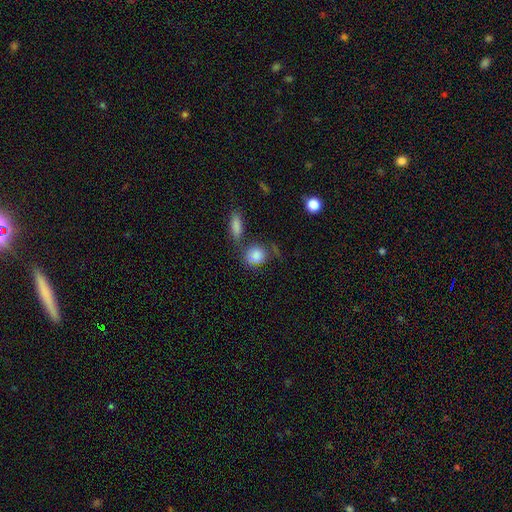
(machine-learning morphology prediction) A smooth galaxy with no disk features (81%) that is round (81%).

Vote fractions:
- Smooth or featured? smooth: 81% / featured or disk: 10% / star or artifact: 9%
- How rounded? round: 81% / in between: 17% / cigar-shaped: 2%
- Merging? none: 50% / merger: 22% / minor disturbance: 17% / major disturbance: 11%